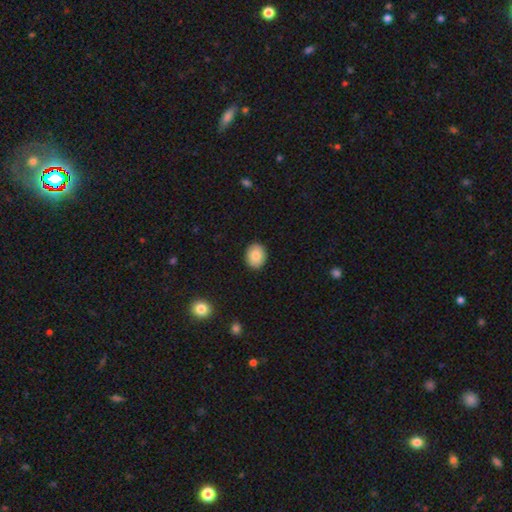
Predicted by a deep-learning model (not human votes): Smooth or featured? smooth (85%)
How rounded? round (51%)
Merging? none (90%)